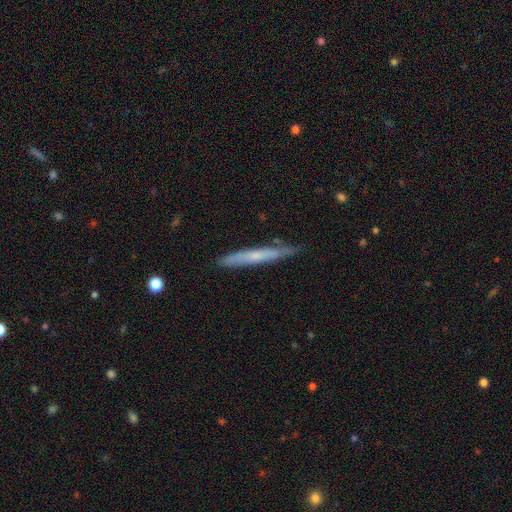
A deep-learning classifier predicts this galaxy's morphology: Smooth or featured? Predicted: smooth (p=0.49). Merging? Predicted: none (p=0.82).